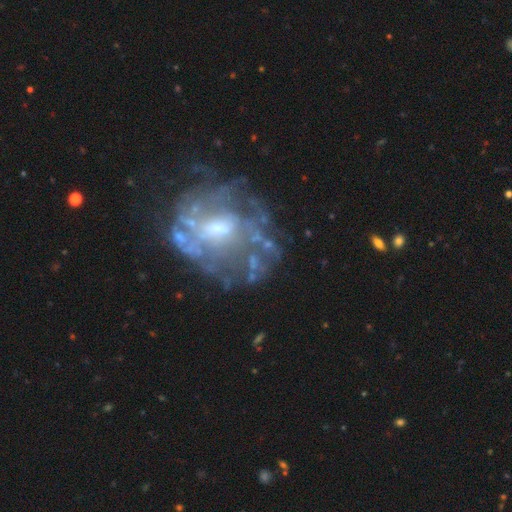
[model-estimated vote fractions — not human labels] A featured or disk galaxy (71%) with no bar (59%), no spiral arms (58%) and a moderate central bulge (55%).

Vote fractions:
- Smooth or featured? featured or disk: 71% / smooth: 15% / star or artifact: 14%
- Edge-on disk? no: 97% / yes: 3%
- Bar? no: 59% / weak: 32% / strong: 9%
- Spiral arms? no: 58% / yes: 42%
- Bulge size? moderate: 55% / small: 31% / none: 7% / large: 6% / dominant: 1%
- Merging? none: 57% / major disturbance: 20% / minor disturbance: 18% / merger: 5%